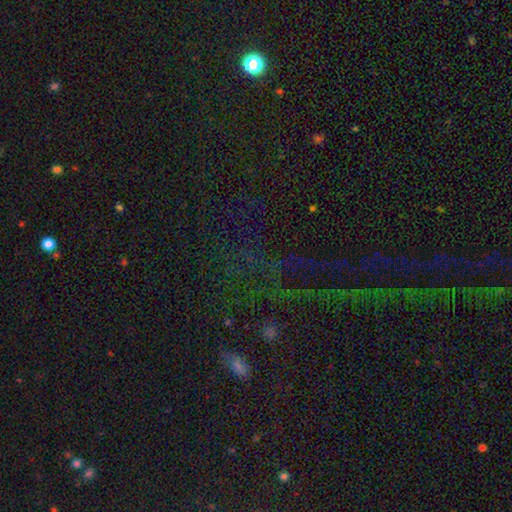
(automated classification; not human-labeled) This is likely a star or artifact rather than a galaxy (79%).